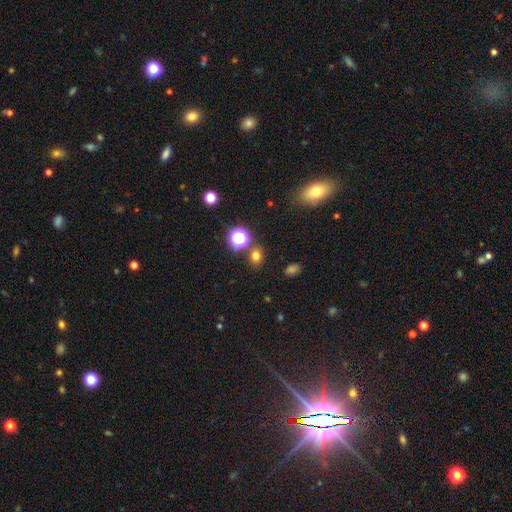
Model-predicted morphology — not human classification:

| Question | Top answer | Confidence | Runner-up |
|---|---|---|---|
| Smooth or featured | smooth | 71% | star or artifact (23%) |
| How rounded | round | 63% | in between (36%) |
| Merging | none | 81% | minor disturbance (9%) |